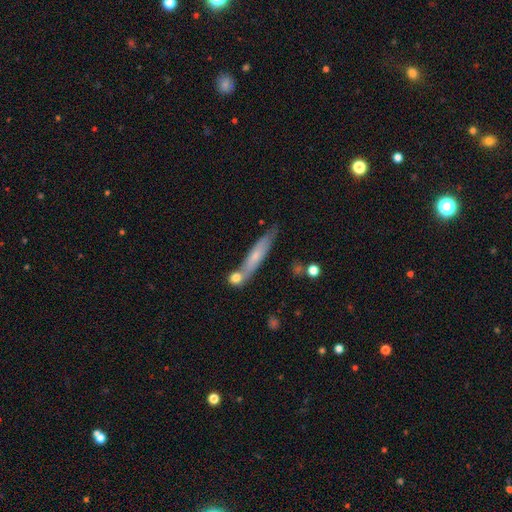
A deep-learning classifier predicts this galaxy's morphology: This appears to be a smooth galaxy with no disk features (55%) that is cigar-shaped (88%). Merging: none (62%).